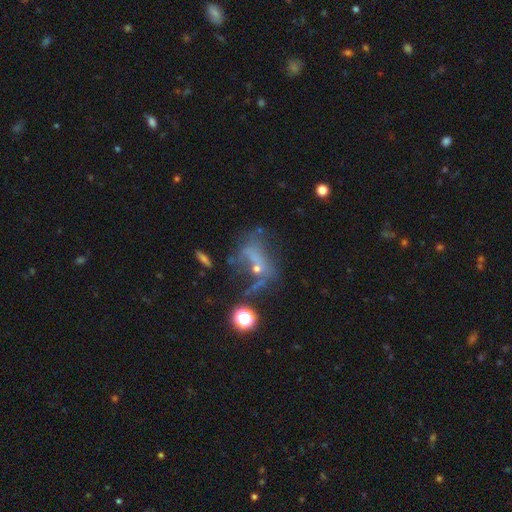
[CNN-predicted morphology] The model was most divided on "merging": major disturbance: 37%, none: 32%, minor disturbance: 18%, merger: 13%. Remaining: smooth or featured — featured or disk (47%).